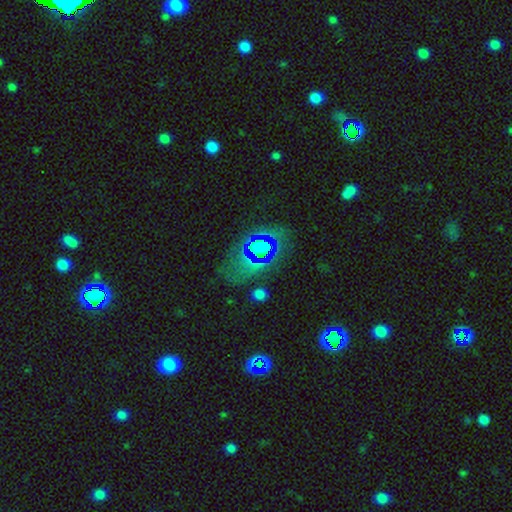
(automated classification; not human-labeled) Smooth or featured?
  - star or artifact: 46% *
  - smooth: 33%
  - featured or disk: 22%